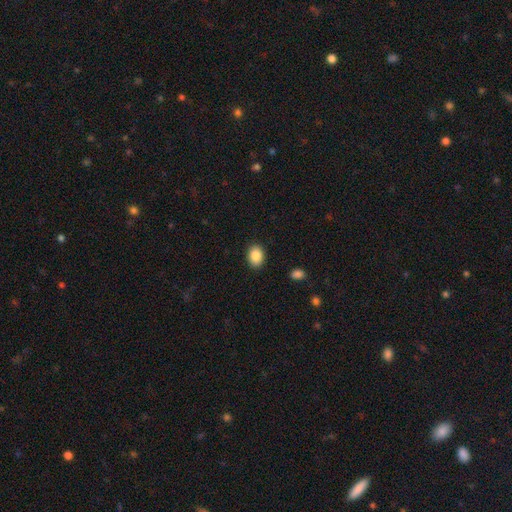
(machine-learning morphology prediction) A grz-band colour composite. It shows a smooth galaxy with no disk features (88%) that is in between round and cigar-shaped (72%). Merging: none (89%).